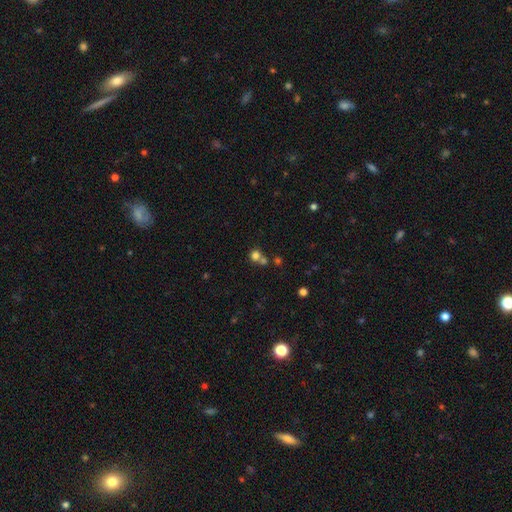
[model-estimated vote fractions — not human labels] smooth_or_featured: smooth (p=0.73) [alt: star or artifact p=0.17]
how_rounded: round (p=0.86) [alt: in between p=0.13]
merging: none (p=0.49) [alt: merger p=0.41]